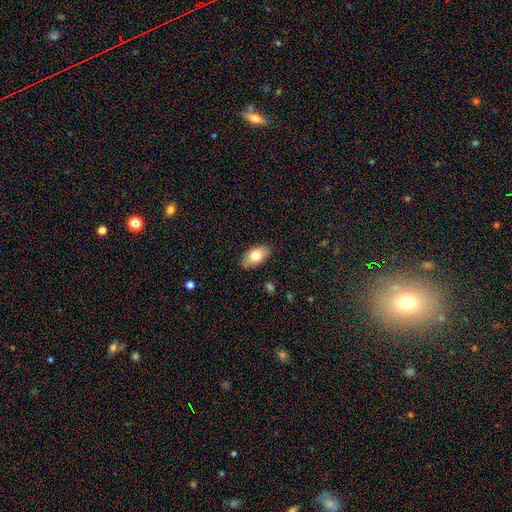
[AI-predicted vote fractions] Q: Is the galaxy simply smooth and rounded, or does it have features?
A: smooth — 77%.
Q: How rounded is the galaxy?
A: in between — 93%.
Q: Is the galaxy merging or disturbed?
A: none — 87%.